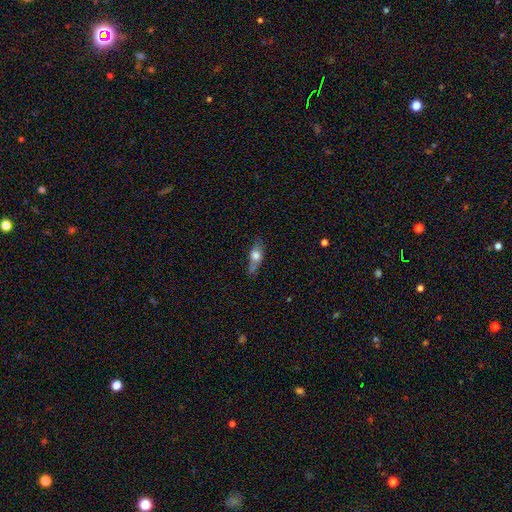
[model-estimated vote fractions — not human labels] Morphology: type=smooth (60%); roundness=in between (57%); merging=none (59%).